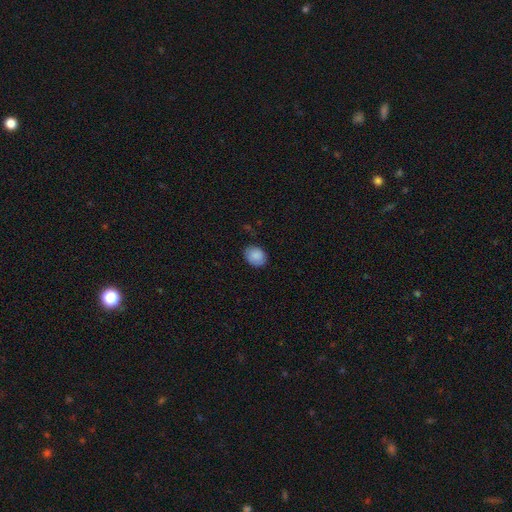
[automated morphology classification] A smooth galaxy with no disk features (86%) that is in between round and cigar-shaped (53%).

Vote fractions:
- Smooth or featured? smooth: 86% / star or artifact: 7% / featured or disk: 6%
- How rounded? in between: 53% / round: 46% / cigar-shaped: 1%
- Merging? none: 80% / minor disturbance: 16% / major disturbance: 3% / merger: 1%